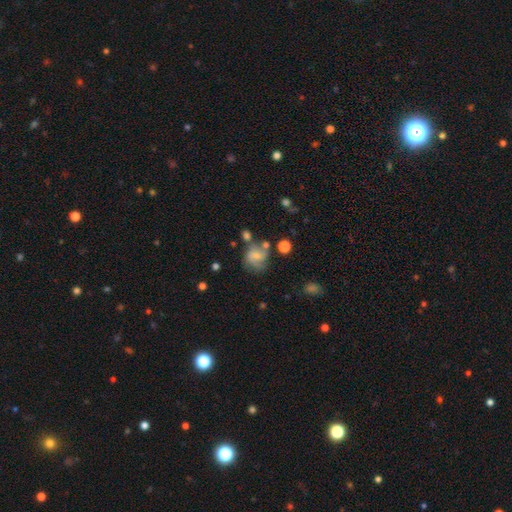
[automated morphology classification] featured or disk 46%, smooth 43%, star or artifact 11%. Down the decision tree: merging — none (47%).